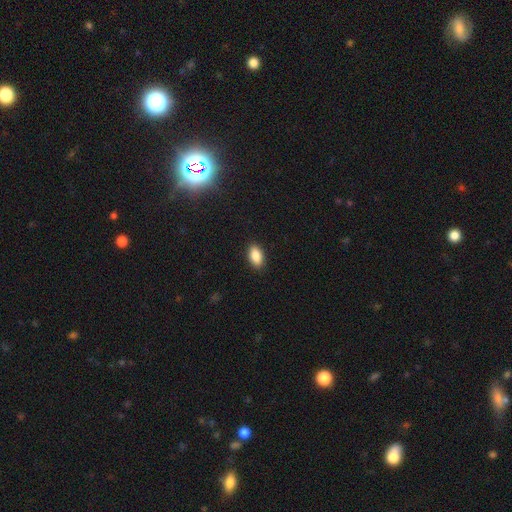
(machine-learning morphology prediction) The model was most divided on "smooth or featured": smooth: 89%, star or artifact: 7%, featured or disk: 4%. More confident: how rounded — in between (92%); merging — none (90%).